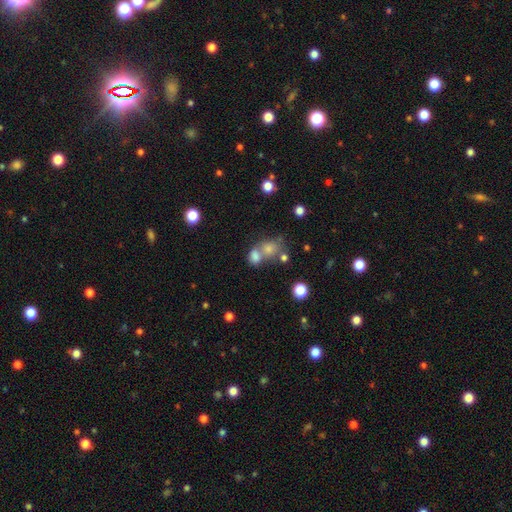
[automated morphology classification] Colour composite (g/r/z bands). It shows a smooth galaxy with no disk features (73%) that is in between round and cigar-shaped (51%). Merging: merger (53%).